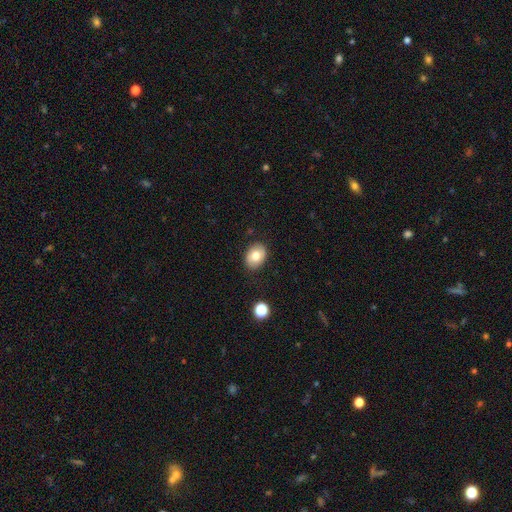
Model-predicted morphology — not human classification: Overall: smooth (74%). How rounded: in between (63%; round 36%). Merging: none (85%).